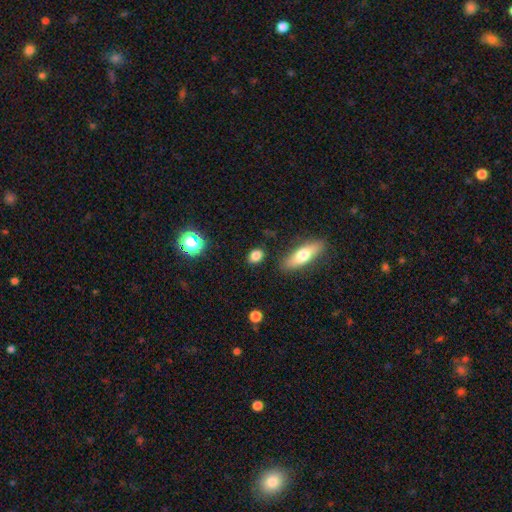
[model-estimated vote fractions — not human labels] smooth-or-featured: smooth: 83% | star or artifact: 11% | featured or disk: 6%
  how-rounded: in between: 64% | round: 32% | cigar-shaped: 4%
  merging: none: 84% | minor disturbance: 11% | major disturbance: 3% | merger: 3%